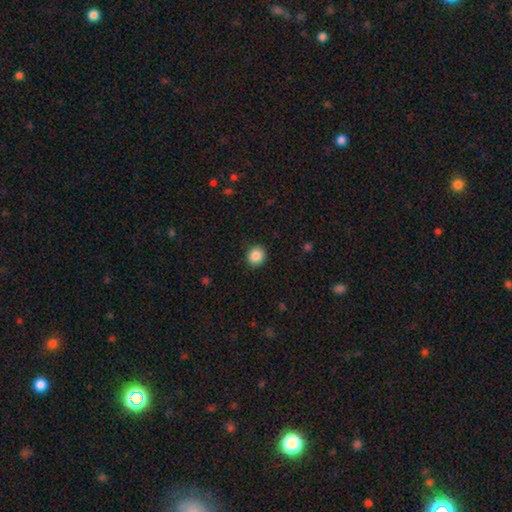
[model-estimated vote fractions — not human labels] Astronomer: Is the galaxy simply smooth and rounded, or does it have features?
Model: smooth — 87%.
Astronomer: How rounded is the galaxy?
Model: round — 87%.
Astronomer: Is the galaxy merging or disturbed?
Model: none — 90%.